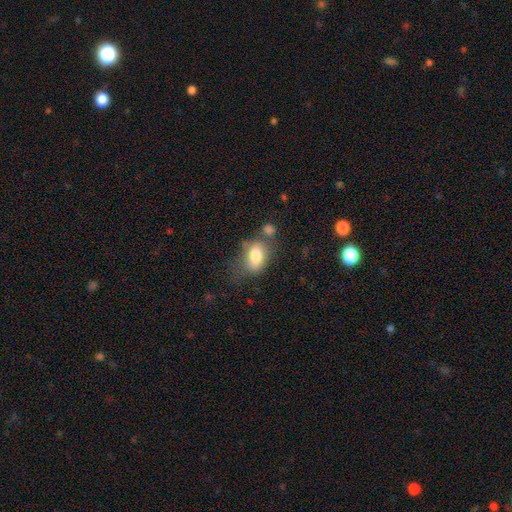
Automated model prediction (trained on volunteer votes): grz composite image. It shows a smooth galaxy with no disk features (78%) that is in between round and cigar-shaped (82%). Merging: none (48%).